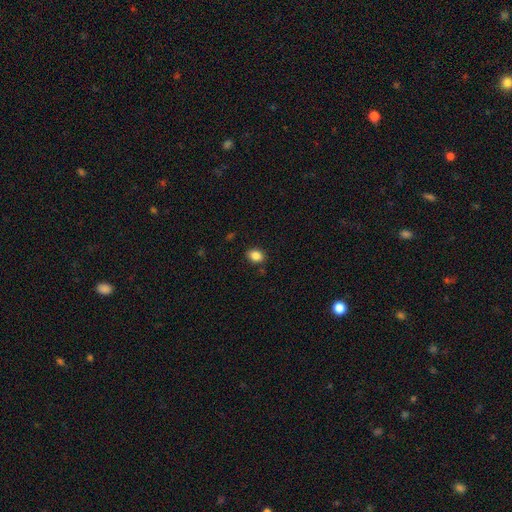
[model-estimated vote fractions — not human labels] Smooth or featured? Predicted: smooth (p=0.85). How rounded? Predicted: in between (p=0.65). Merging? Predicted: none (p=0.86).